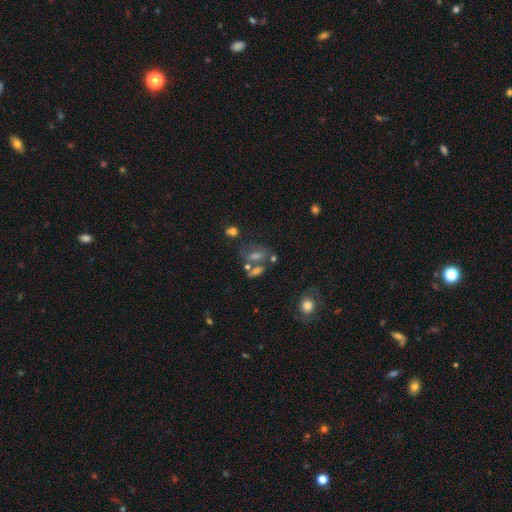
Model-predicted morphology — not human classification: A smooth galaxy with no disk features (53%) that is in between round and cigar-shaped (73%).

Vote fractions:
- Smooth or featured? smooth: 53% / featured or disk: 29% / star or artifact: 18%
- How rounded? in between: 73% / round: 15% / cigar-shaped: 12%
- Merging? none: 40% / merger: 31% / minor disturbance: 16% / major disturbance: 14%